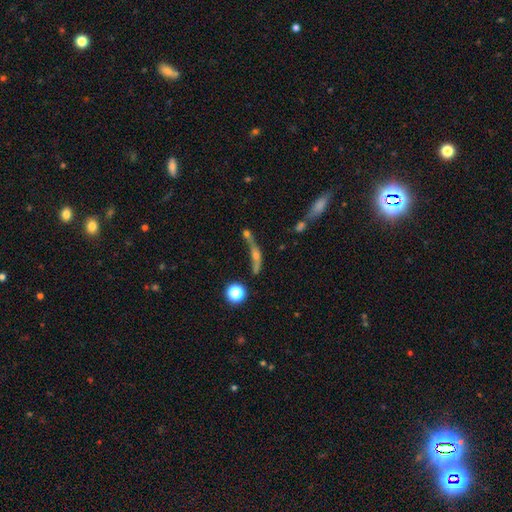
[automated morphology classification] smooth-or-featured: featured or disk: 54% | smooth: 28% | star or artifact: 18%
  disk-edge-on: yes: 67% | no: 33%
  merging: none: 38% | merger: 28% | major disturbance: 17% | minor disturbance: 17%